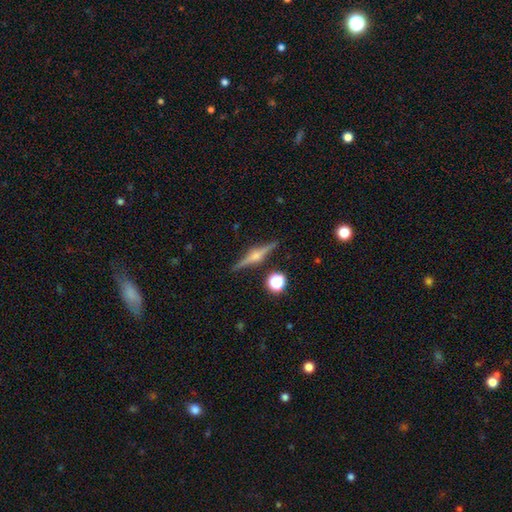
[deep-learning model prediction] A featured or disk galaxy (81%) viewed edge-on (98%) with a rounded central bulge (90%).

Vote fractions:
- Smooth or featured? featured or disk: 81% / smooth: 12% / star or artifact: 7%
- Edge-on disk? yes: 98% / no: 2%
- Edge-on bulge? rounded: 90% / boxy: 7% / none: 3%
- Merging? none: 90% / minor disturbance: 7% / merger: 2% / major disturbance: 2%